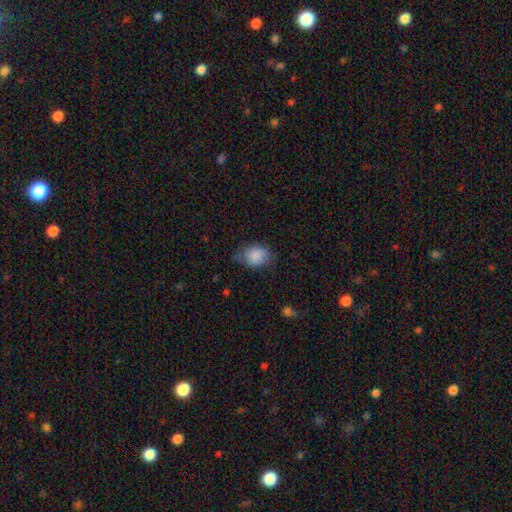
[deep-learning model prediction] Overall: smooth (85%). How rounded: in between (58%; round 41%). Merging: none (56%; minor disturbance 32%).